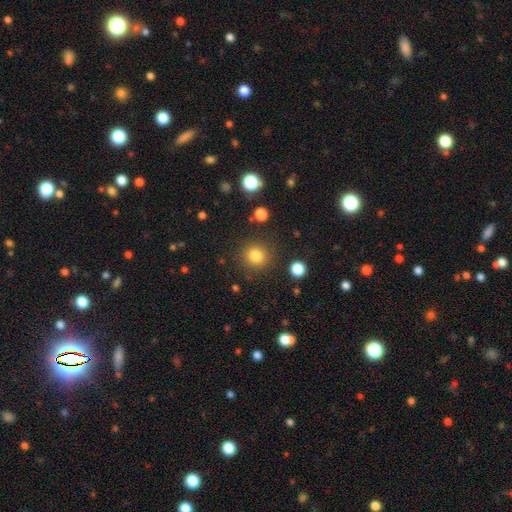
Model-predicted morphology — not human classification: Smooth or featured: smooth — 82% (star or artifact — 12%)
How rounded: round — 92% (in between — 7%)
Merging: none — 88% (minor disturbance — 7%)